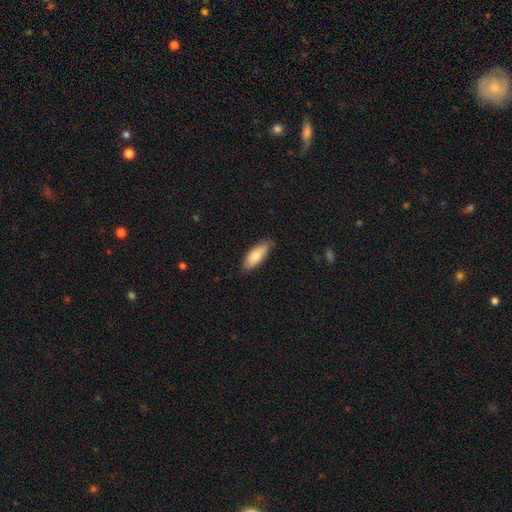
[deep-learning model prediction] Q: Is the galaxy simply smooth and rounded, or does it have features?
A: smooth — 85%.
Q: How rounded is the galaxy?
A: in between — 73%.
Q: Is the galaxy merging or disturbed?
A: none — 81%.